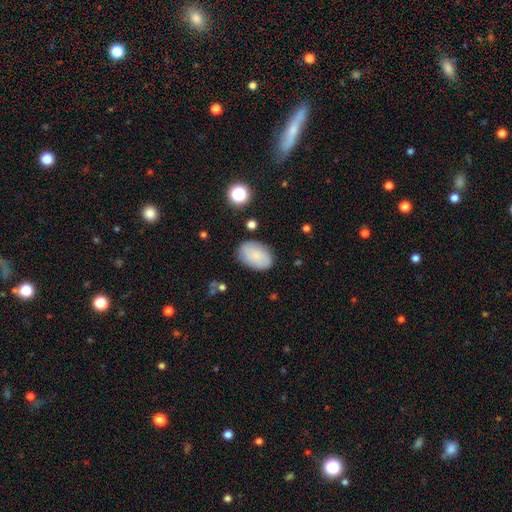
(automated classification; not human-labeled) smooth 76%, featured or disk 16%, star or artifact 8%. Down the decision tree: how rounded — in between (88%); merging — none (81%).